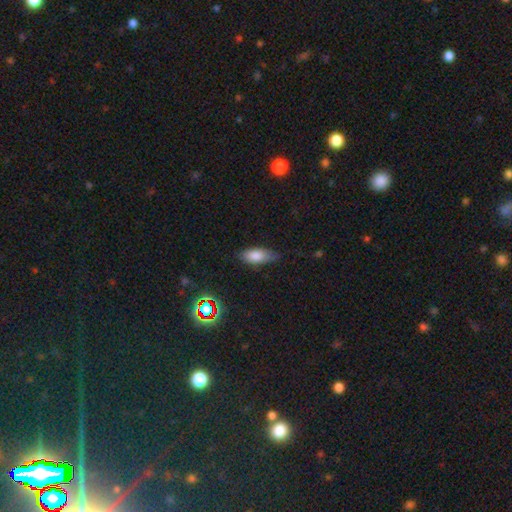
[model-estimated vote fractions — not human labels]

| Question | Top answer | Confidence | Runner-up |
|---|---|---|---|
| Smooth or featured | smooth | 78% | featured or disk (13%) |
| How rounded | in between | 80% | cigar-shaped (17%) |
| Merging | none | 73% | minor disturbance (21%) |